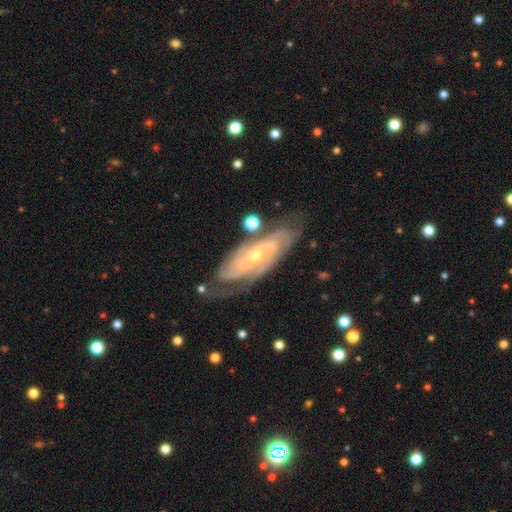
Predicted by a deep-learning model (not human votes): Morphology: type=featured or disk (88%); edge-on=no (92%); bar=no (55%); spiral arms=yes (97%); winding=tight (65%); arm count=2 (49%); bulge=small (66%); merging=none (71%).